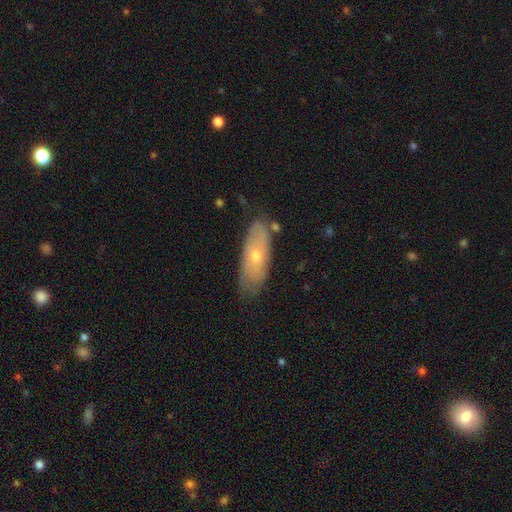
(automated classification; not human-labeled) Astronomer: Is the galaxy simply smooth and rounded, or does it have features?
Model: featured or disk — 48% (runner-up: smooth, 45%).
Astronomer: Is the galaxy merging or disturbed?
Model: none — 72%.